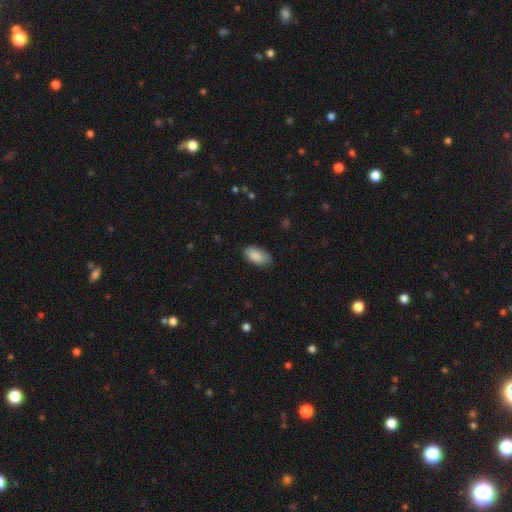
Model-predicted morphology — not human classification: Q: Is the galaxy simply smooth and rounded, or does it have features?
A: smooth — 88%.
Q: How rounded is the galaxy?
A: in between — 94%.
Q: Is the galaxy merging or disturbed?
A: none — 75%.